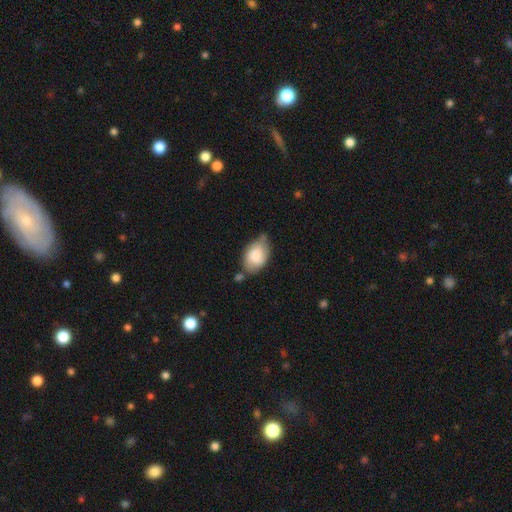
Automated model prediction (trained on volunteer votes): A smooth galaxy with no disk features (77%) that is in between round and cigar-shaped (89%). Merging: none (43%).